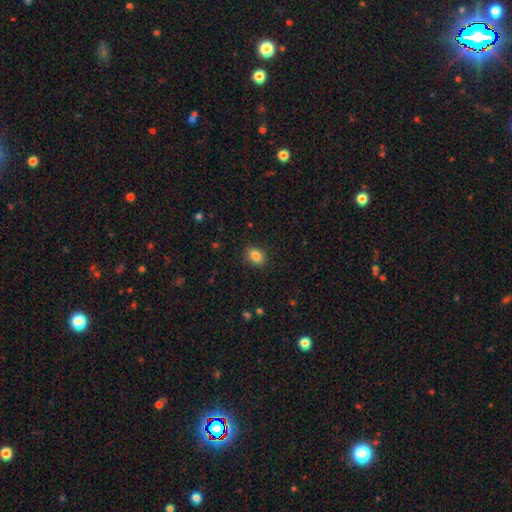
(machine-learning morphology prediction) Smooth or featured?
  - smooth: 84% *
  - star or artifact: 10%
  - featured or disk: 6%
How rounded?
  - in between: 63% *
  - round: 36%
  - cigar-shaped: 1%
Merging?
  - none: 87% *
  - minor disturbance: 10%
  - major disturbance: 3%
  - merger: 1%